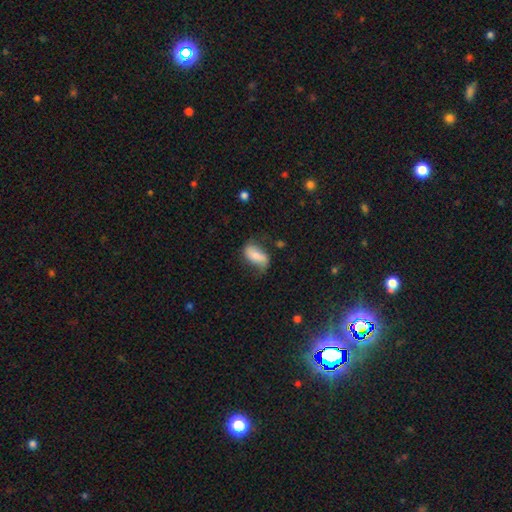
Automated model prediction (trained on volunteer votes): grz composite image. It shows a smooth galaxy with no disk features (57%) that is in between round and cigar-shaped (88%). Merging: none (54%).